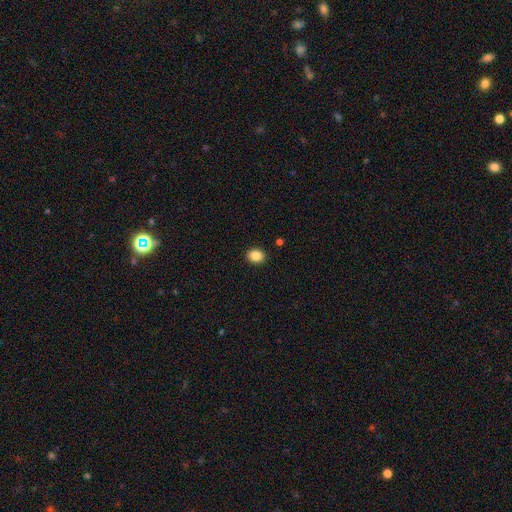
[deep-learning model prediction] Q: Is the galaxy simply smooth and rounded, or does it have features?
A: smooth — 86%.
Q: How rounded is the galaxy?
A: round — 50%.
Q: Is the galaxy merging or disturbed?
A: none — 91%.